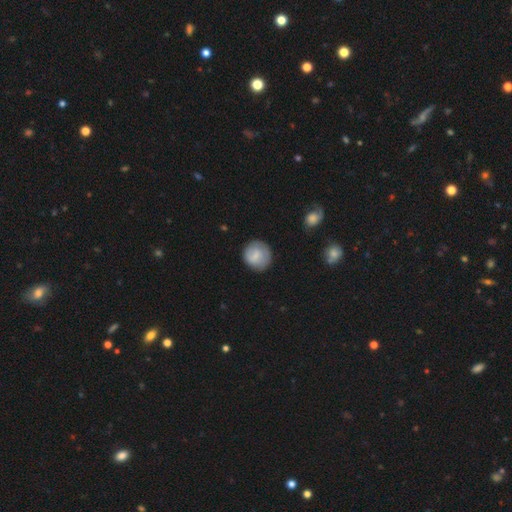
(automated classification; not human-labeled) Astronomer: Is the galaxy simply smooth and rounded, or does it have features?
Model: smooth — 74%.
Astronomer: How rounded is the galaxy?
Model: round — 88%.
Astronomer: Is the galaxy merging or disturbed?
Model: none — 79%.